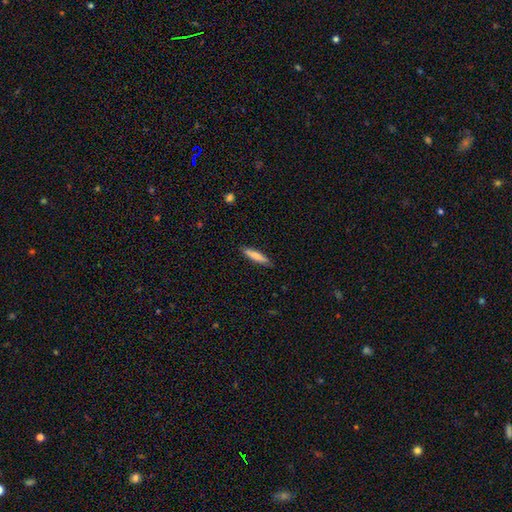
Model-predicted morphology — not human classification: This appears to be a smooth galaxy with no disk features (78%) that is cigar-shaped (85%). Merging: none (88%).